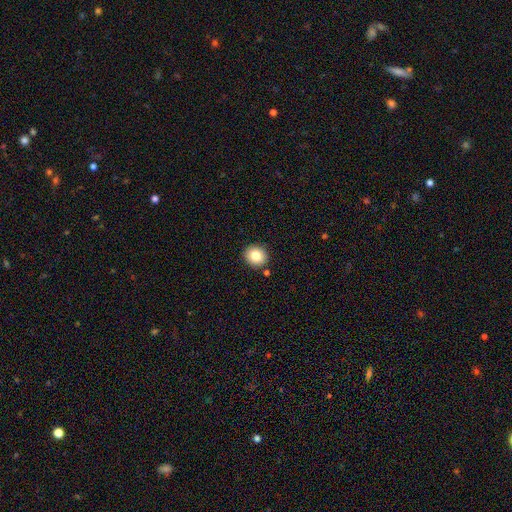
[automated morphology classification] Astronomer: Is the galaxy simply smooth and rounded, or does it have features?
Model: smooth — 82%.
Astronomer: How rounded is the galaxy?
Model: round — 80%.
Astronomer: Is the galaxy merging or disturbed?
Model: none — 87%.